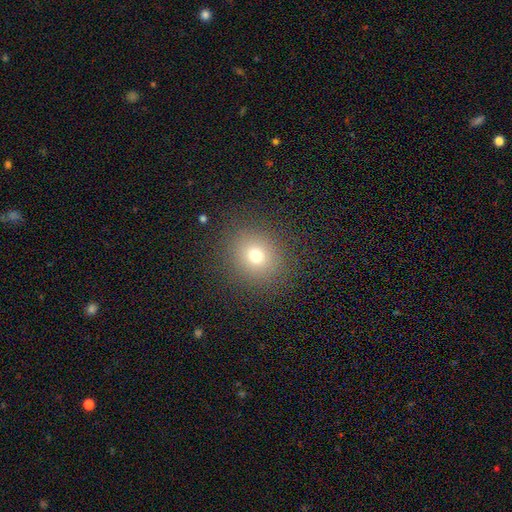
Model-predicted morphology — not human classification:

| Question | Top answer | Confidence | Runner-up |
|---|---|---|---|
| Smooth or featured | smooth | 71% | star or artifact (18%) |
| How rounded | round | 83% | in between (16%) |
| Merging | none | 87% | minor disturbance (8%) |